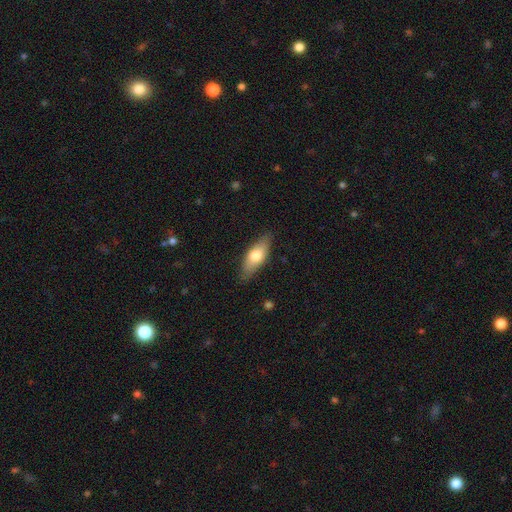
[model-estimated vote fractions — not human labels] The model was most divided on "smooth or featured": smooth: 65%, featured or disk: 29%, star or artifact: 6%. More confident: merging — none (83%); how rounded — in between (68%).